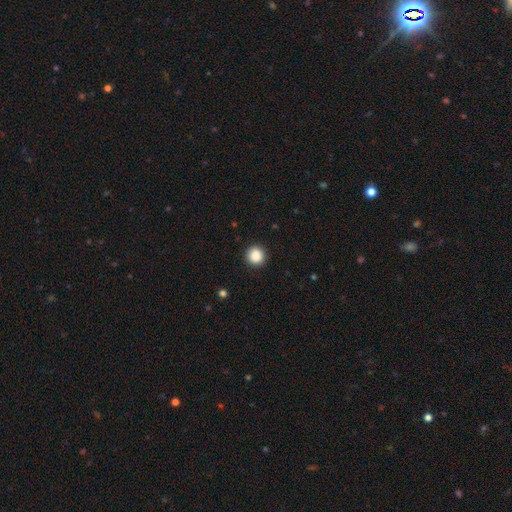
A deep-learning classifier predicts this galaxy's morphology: Q: Smooth or featured?
A: smooth (88%); runner-up: star or artifact (9%)
Q: How rounded?
A: round (94%); runner-up: in between (5%)
Q: Merging?
A: none (92%); runner-up: minor disturbance (5%)